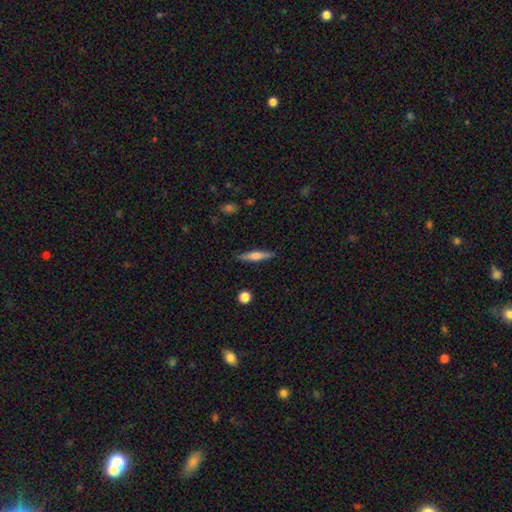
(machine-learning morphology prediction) Q: Smooth or featured?
A: smooth (54%); runner-up: featured or disk (40%)
Q: How rounded?
A: cigar-shaped (88%); runner-up: in between (10%)
Q: Merging?
A: none (88%); runner-up: minor disturbance (8%)